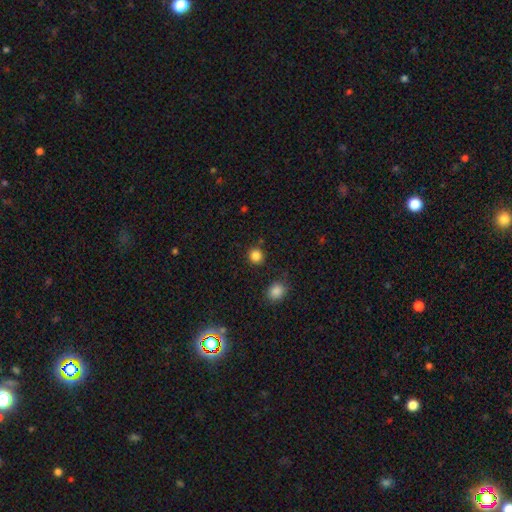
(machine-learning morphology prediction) A smooth galaxy with no disk features (85%) that is round (90%).

Vote fractions:
- Smooth or featured? smooth: 85% / star or artifact: 12% / featured or disk: 4%
- How rounded? round: 90% / in between: 10% / cigar-shaped: 1%
- Merging? none: 86% / minor disturbance: 7% / merger: 4% / major disturbance: 3%